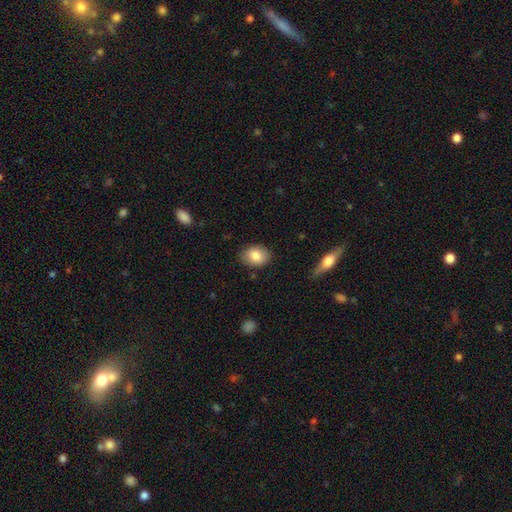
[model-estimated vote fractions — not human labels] smooth_or_featured: smooth (p=0.83) [alt: featured or disk p=0.09]
how_rounded: in between (p=0.70) [alt: round p=0.28]
merging: none (p=0.84) [alt: minor disturbance p=0.12]